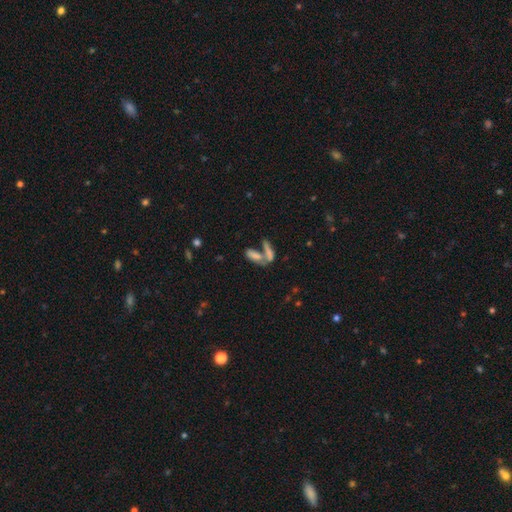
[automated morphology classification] smooth 64%, featured or disk 22%, star or artifact 15%. Down the decision tree: how rounded — in between (61%); merging — merger (55%).